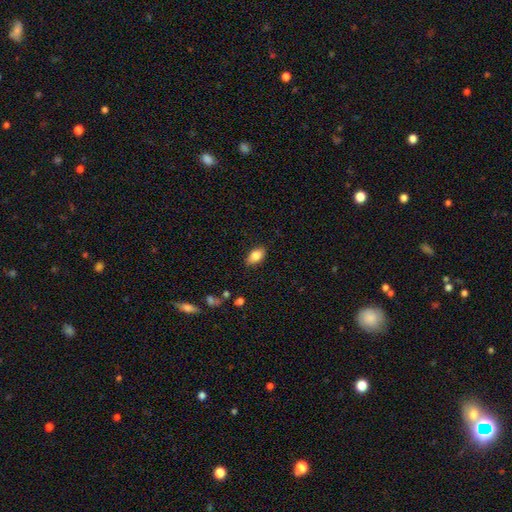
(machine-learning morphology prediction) Smooth or featured: smooth — 84% (featured or disk — 9%)
How rounded: in between — 90% (round — 6%)
Merging: none — 84% (minor disturbance — 13%)